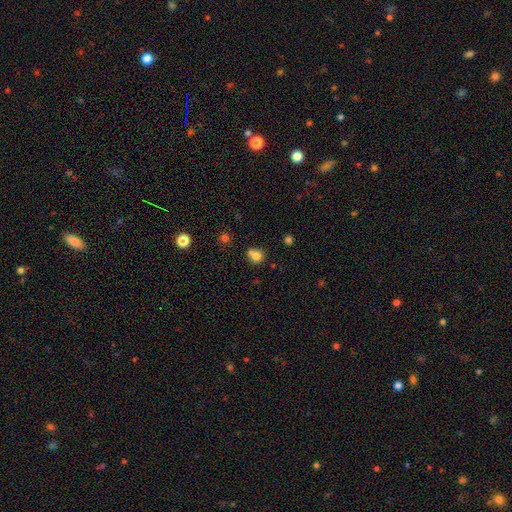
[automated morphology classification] Smooth or featured?
  - smooth: 78% *
  - star or artifact: 13%
  - featured or disk: 10%
How rounded?
  - round: 79% *
  - in between: 20%
  - cigar-shaped: 1%
Merging?
  - none: 47% *
  - merger: 37%
  - minor disturbance: 12%
  - major disturbance: 4%